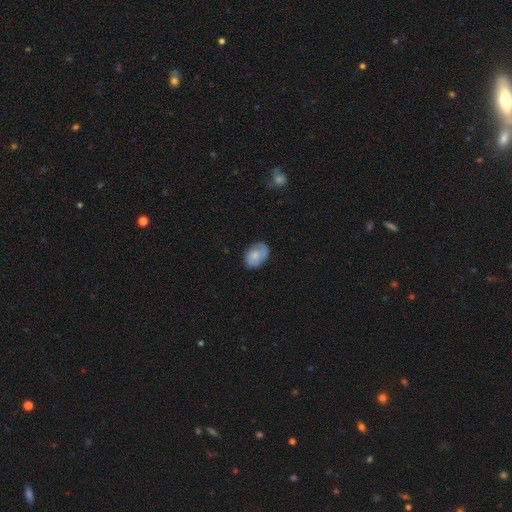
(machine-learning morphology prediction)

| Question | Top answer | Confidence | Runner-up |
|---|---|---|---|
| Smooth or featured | smooth | 64% | featured or disk (28%) |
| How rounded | in between | 81% | round (18%) |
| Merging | none | 71% | minor disturbance (22%) |